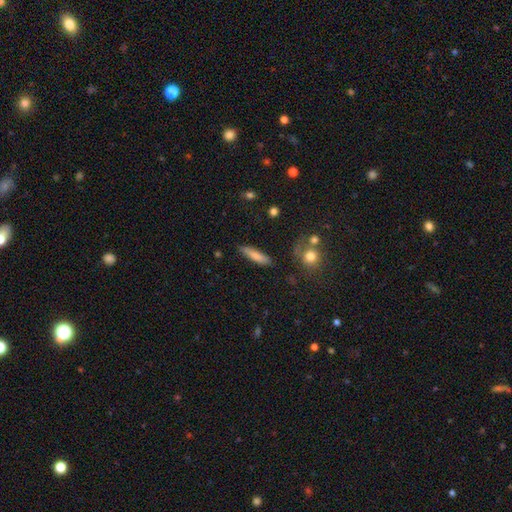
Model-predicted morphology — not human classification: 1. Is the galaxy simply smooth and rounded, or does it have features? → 77% smooth, 16% featured or disk, 7% star or artifact.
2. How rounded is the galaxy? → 81% cigar-shaped, 17% in between, 2% round.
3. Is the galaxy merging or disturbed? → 84% none, 11% minor disturbance, 3% major disturbance, 2% merger.